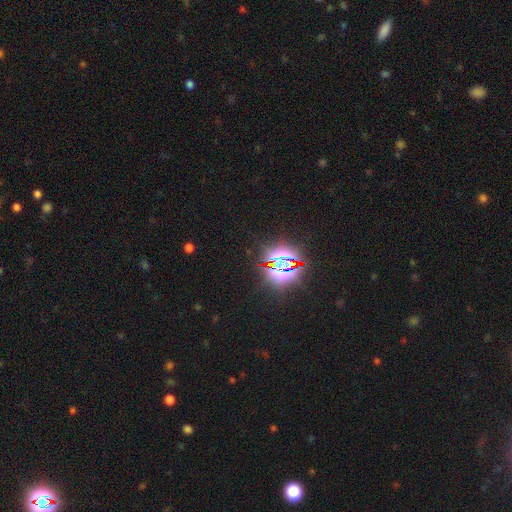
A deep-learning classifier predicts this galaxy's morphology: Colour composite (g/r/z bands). It shows a star or artifact, not a galaxy (85%).